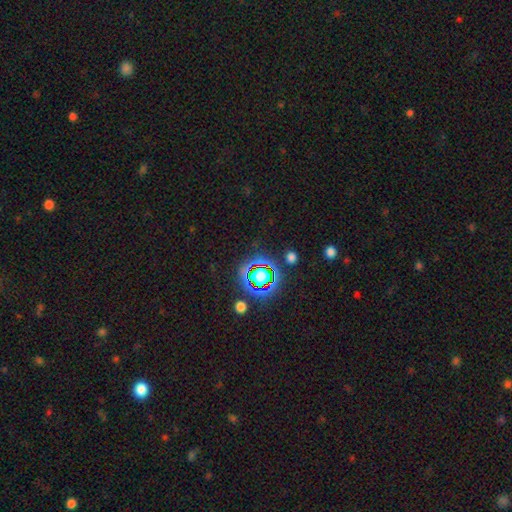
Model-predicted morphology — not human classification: type=star or artifact (82%).